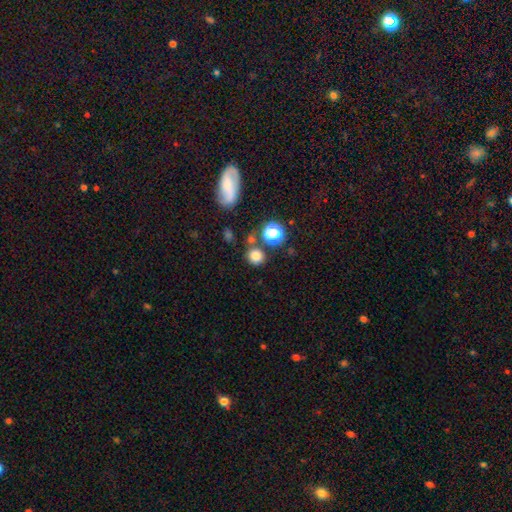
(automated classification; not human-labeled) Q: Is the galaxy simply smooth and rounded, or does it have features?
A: smooth — 77%.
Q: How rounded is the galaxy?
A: round — 87%.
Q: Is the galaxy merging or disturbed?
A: none — 77%.